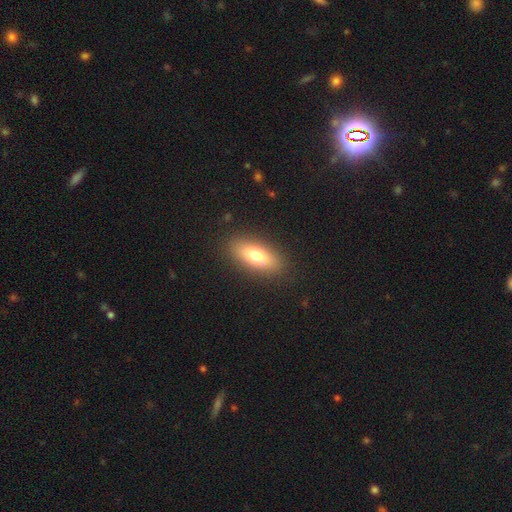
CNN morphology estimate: The model was most divided on "how rounded": in between: 75%, cigar-shaped: 21%, round: 3%. More confident: merging — none (87%); smooth or featured — smooth (74%).